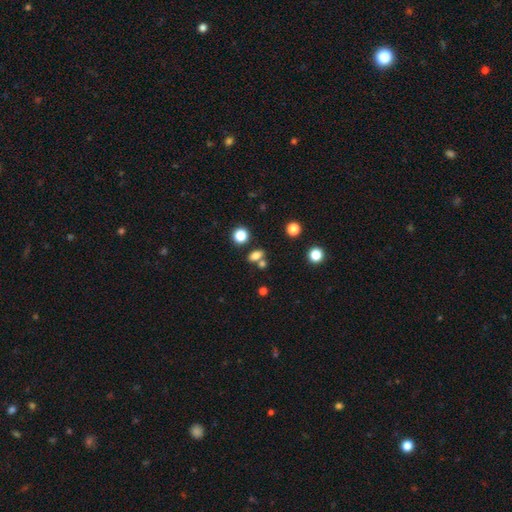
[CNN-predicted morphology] Smooth or featured? smooth (76%)
How rounded? in between (70%)
Merging? none (58%)